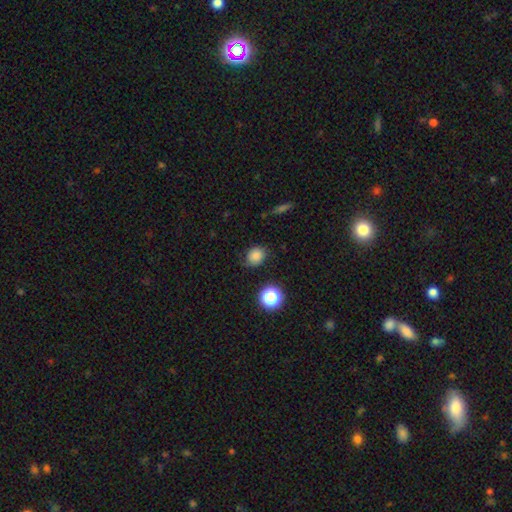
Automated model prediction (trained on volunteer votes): The model was most divided on "how rounded": round: 68%, in between: 31%, cigar-shaped: 1%. More confident: smooth or featured — smooth (79%); merging — none (71%).